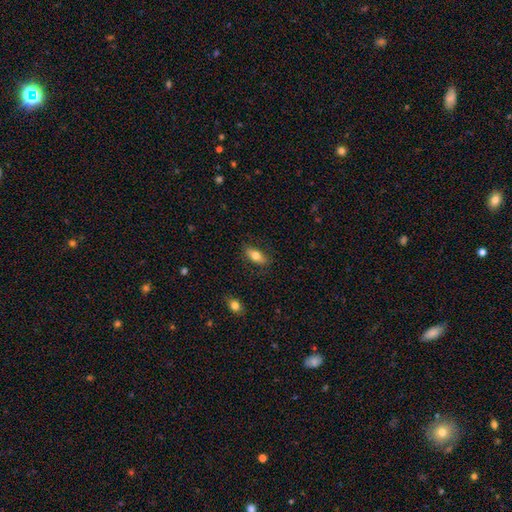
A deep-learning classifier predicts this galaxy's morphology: Q: Smooth or featured?
A: smooth (72%); runner-up: featured or disk (21%)
Q: How rounded?
A: in between (79%); runner-up: cigar-shaped (17%)
Q: Merging?
A: none (83%); runner-up: minor disturbance (12%)